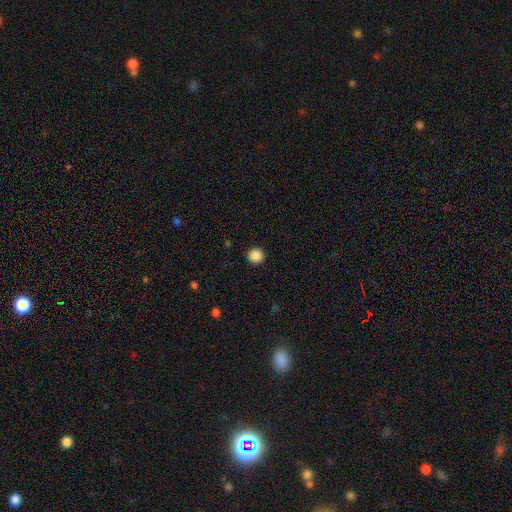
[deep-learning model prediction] Smooth or featured: smooth — 88% (star or artifact — 9%)
How rounded: round — 95% (in between — 4%)
Merging: none — 93% (minor disturbance — 4%)